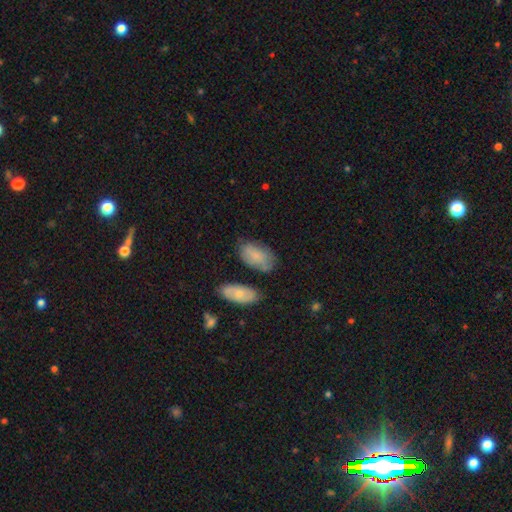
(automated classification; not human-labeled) Morphology: type=smooth (72%); roundness=in between (93%); merging=none (60%).